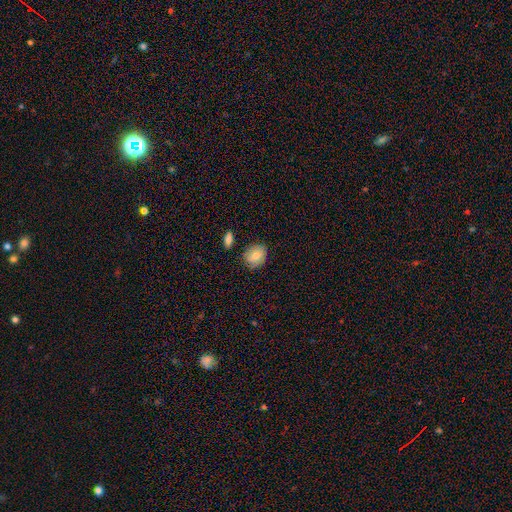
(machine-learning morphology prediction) Overall: smooth (78%). How rounded: round (55%; in between 44%). Merging: none (78%).